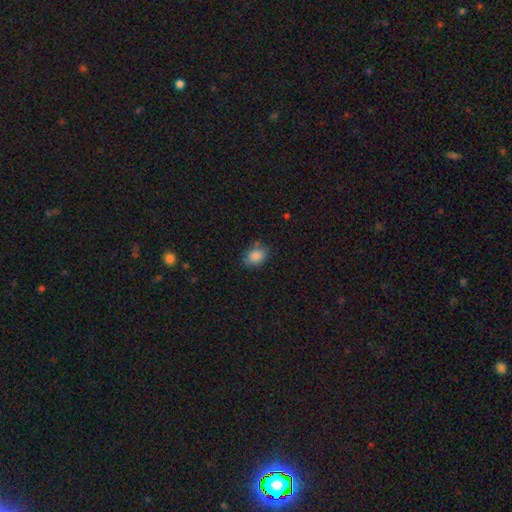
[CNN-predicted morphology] A smooth galaxy with no disk features (86%) that is in between round and cigar-shaped (71%). Merging: none (76%).